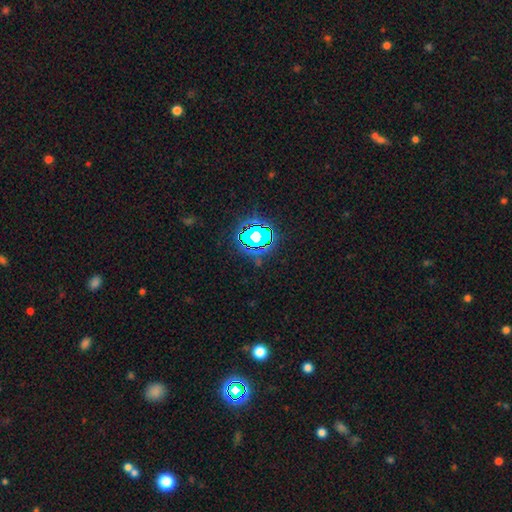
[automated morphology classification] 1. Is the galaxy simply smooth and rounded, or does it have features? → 80% star or artifact, 13% smooth, 8% featured or disk.